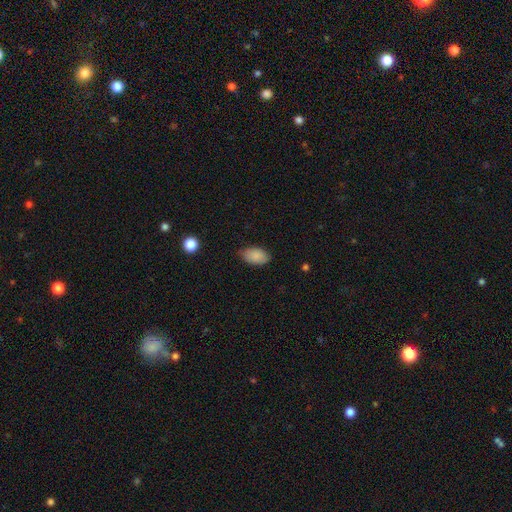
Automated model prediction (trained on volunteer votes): smooth-or-featured: smooth: 88% | star or artifact: 7% | featured or disk: 5%
  how-rounded: in between: 93% | round: 6% | cigar-shaped: 2%
  merging: none: 78% | minor disturbance: 18% | major disturbance: 3% | merger: 1%